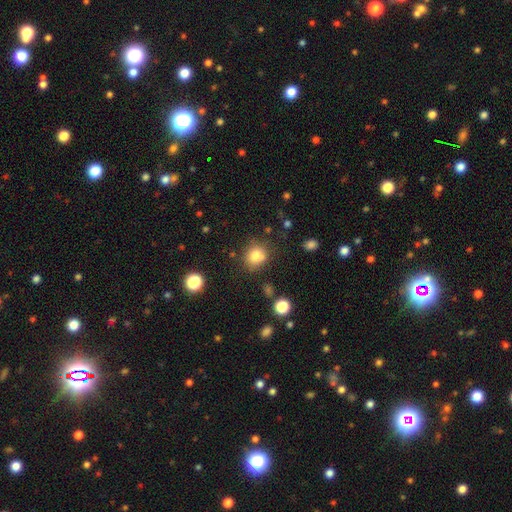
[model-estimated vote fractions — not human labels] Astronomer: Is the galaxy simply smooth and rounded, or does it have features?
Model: smooth — 79%.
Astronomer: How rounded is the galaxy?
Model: round — 80%.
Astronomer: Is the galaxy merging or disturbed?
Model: none — 70%.